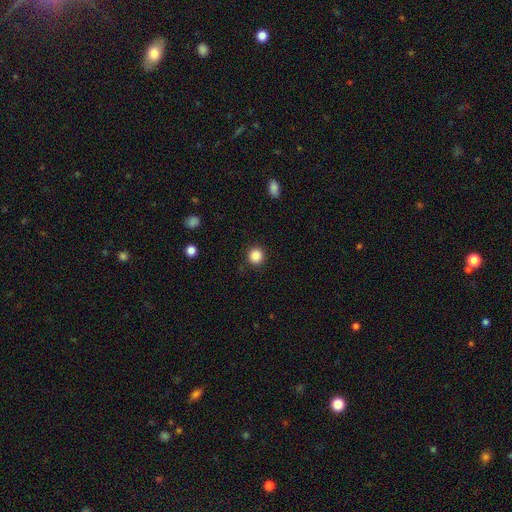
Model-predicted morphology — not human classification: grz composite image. It shows a smooth galaxy with no disk features (87%) that is round (94%). Merging: none (91%).